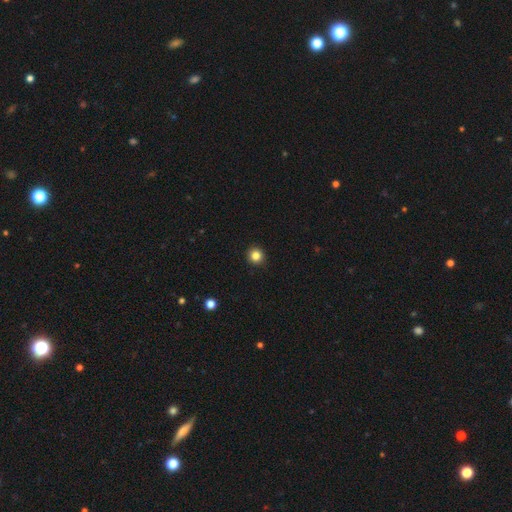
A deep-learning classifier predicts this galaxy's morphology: The model was most divided on "smooth or featured": smooth: 83%, star or artifact: 12%, featured or disk: 5%. More confident: how rounded — round (95%); merging — none (94%).